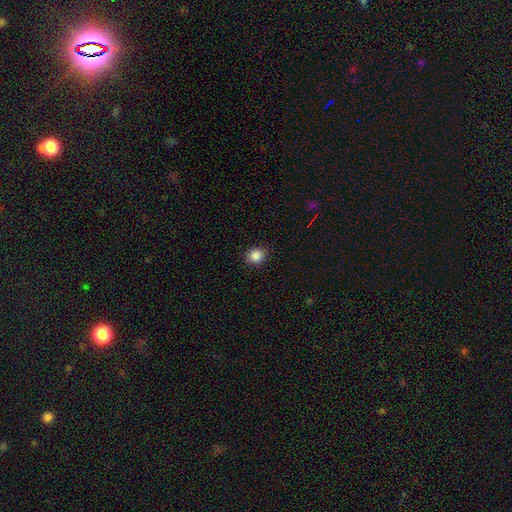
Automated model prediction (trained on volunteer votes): Morphology: type=smooth (87%); roundness=round (63%); merging=none (88%).